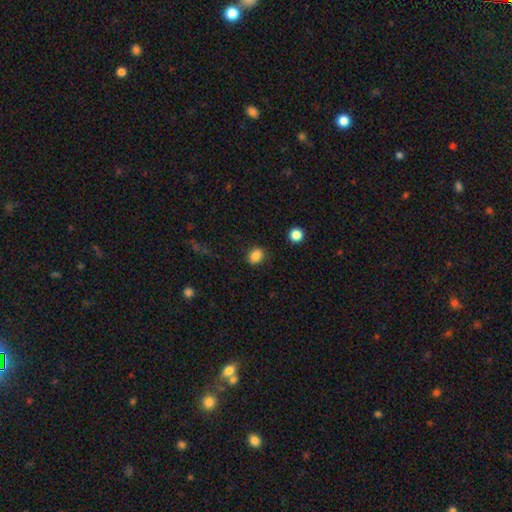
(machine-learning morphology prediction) This is clearly a smooth galaxy (86%). How rounded: possibly in between (50%). Merging: clearly none (86%).